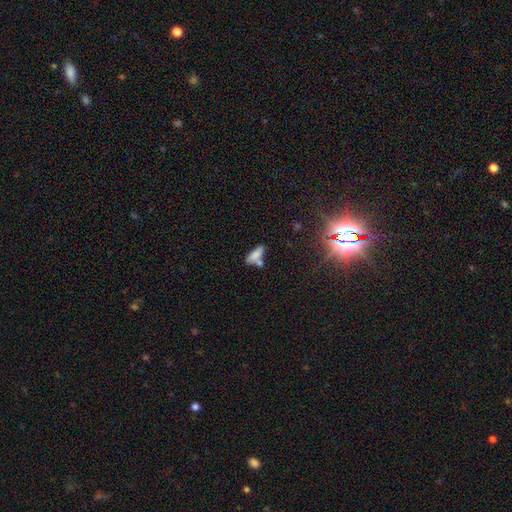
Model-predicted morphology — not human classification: Smooth or featured? smooth (76%)
How rounded? in between (69%)
Merging? none (42%)